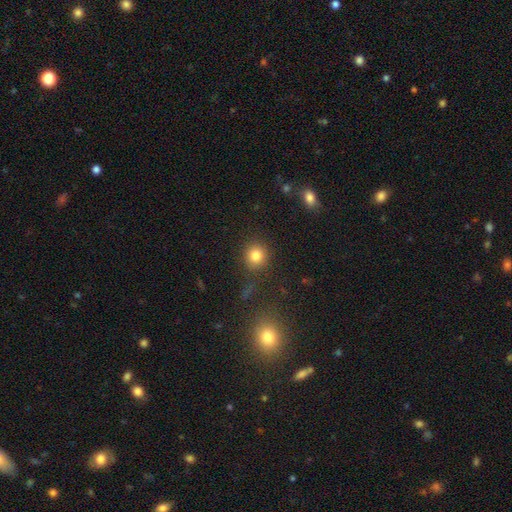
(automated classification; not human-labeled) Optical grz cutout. It shows a smooth galaxy with no disk features (82%) that is round (89%). Merging: none (85%).